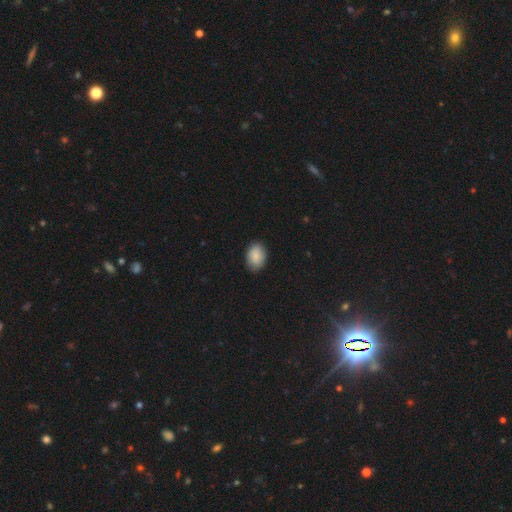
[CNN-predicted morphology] Smooth or featured: smooth — 88% (star or artifact — 7%)
How rounded: in between — 83% (round — 16%)
Merging: none — 84% (minor disturbance — 13%)